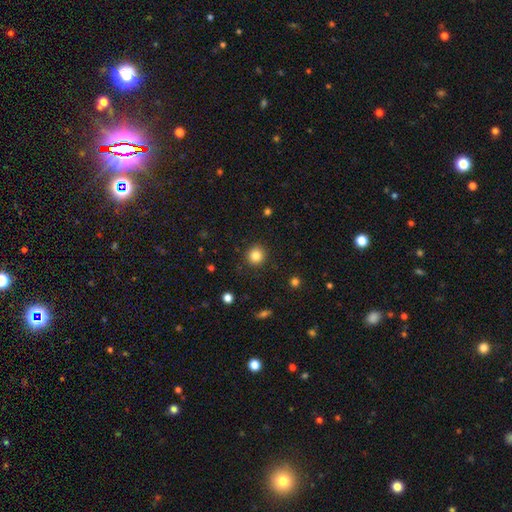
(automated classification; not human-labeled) Smooth or featured: smooth — 84% (star or artifact — 11%)
How rounded: round — 91% (in between — 8%)
Merging: none — 90% (minor disturbance — 6%)